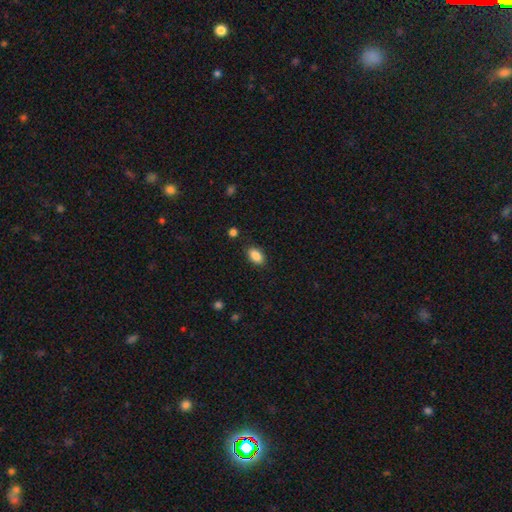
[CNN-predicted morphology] type=smooth (88%); roundness=in between (90%); merging=none (86%).